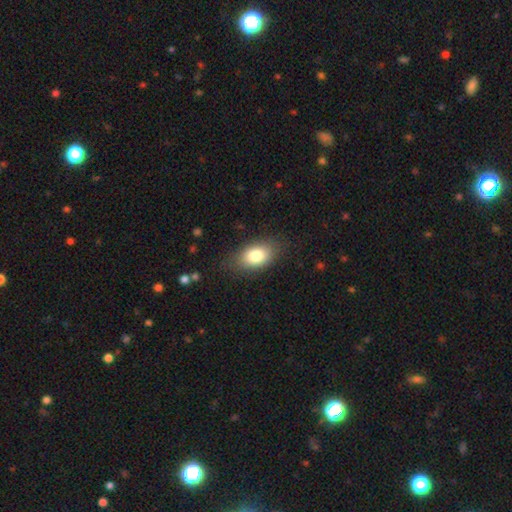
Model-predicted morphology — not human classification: Q: Smooth or featured?
A: smooth (81%); runner-up: featured or disk (12%)
Q: How rounded?
A: in between (89%); runner-up: round (9%)
Q: Merging?
A: none (80%); runner-up: minor disturbance (15%)